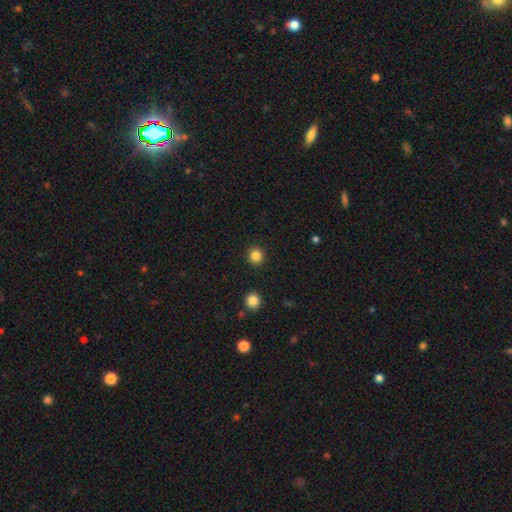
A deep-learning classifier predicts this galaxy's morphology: smooth_or_featured: smooth (p=0.85) [alt: star or artifact p=0.12]
how_rounded: round (p=0.91) [alt: in between p=0.08]
merging: none (p=0.92) [alt: minor disturbance p=0.05]